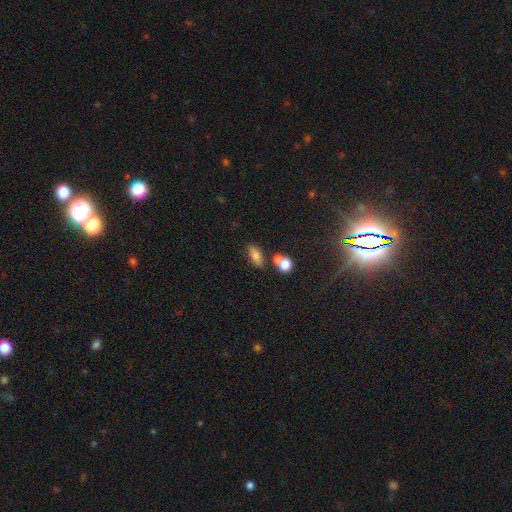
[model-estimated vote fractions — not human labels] smooth-or-featured: smooth: 76% | featured or disk: 14% | star or artifact: 10%
  how-rounded: in between: 81% | cigar-shaped: 10% | round: 10%
  merging: none: 60% | merger: 24% | minor disturbance: 12% | major disturbance: 4%